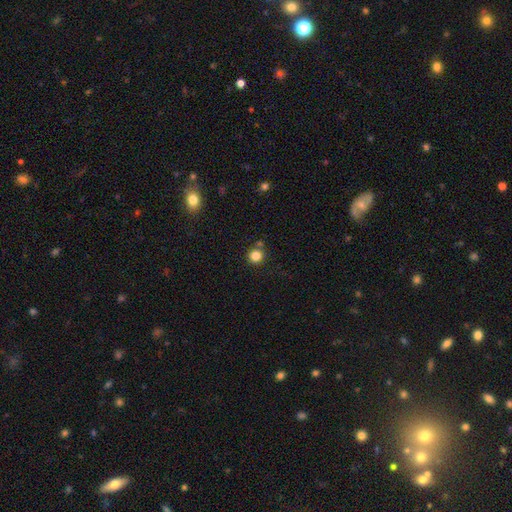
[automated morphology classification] smooth 83%, star or artifact 12%, featured or disk 5%. Down the decision tree: how rounded — round (93%); merging — none (80%).